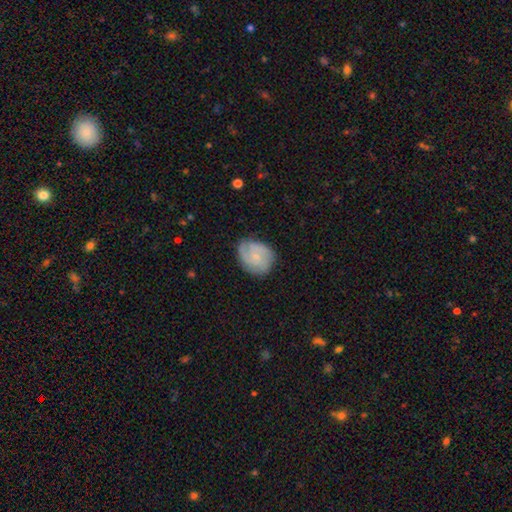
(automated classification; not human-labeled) A featured or disk galaxy (69%) with no bar (61%), 2 (42%) tight (49%) spiral arms (94%) and a small central bulge (69%).

Vote fractions:
- Smooth or featured? featured or disk: 69% / smooth: 25% / star or artifact: 6%
- Edge-on disk? no: 98% / yes: 2%
- Bar? no: 61% / weak: 34% / strong: 4%
- Spiral arms? yes: 94% / no: 6%
- Spiral winding? tight: 49% / medium: 40% / loose: 11%
- Spiral arm count? 2: 42% / 3: 26% / can't tell: 20% / 1: 5% / 4: 4% / more than 4: 3%
- Bulge size? small: 69% / moderate: 17% / none: 12% / large: 1% / dominant: 1%
- Merging? none: 75% / minor disturbance: 19% / major disturbance: 5% / merger: 1%